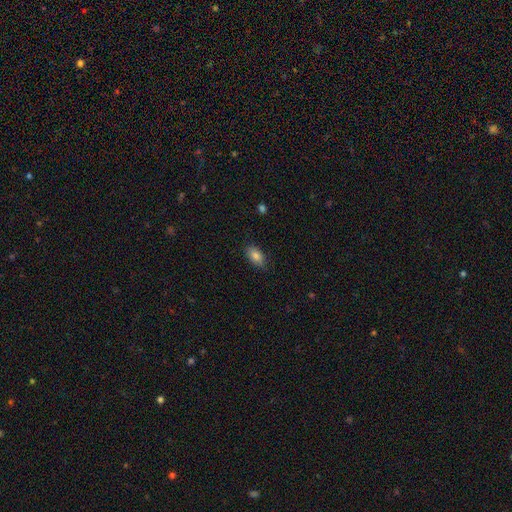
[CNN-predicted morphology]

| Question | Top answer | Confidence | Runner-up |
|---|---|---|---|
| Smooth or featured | smooth | 82% | featured or disk (10%) |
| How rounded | in between | 90% | round (7%) |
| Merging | none | 80% | minor disturbance (17%) |